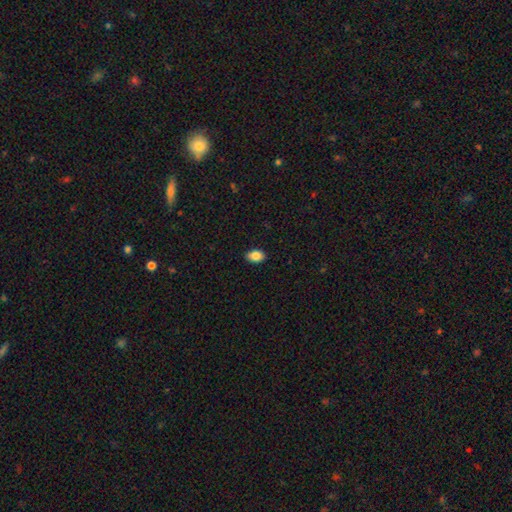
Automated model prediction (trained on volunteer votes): Overall: smooth (87%). How rounded: in between (83%). Merging: none (88%).